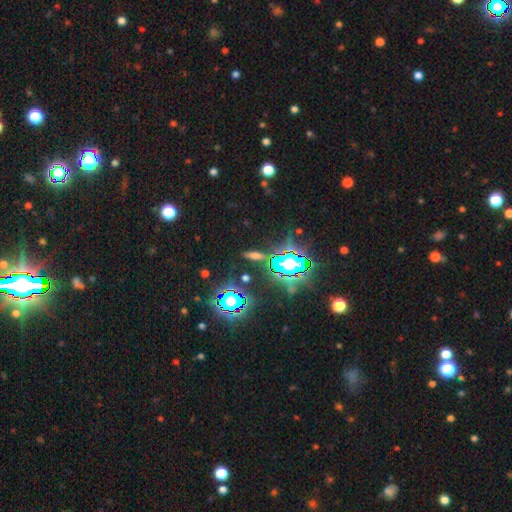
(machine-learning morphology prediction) This appears to be a star or artifact, not a galaxy (40%).